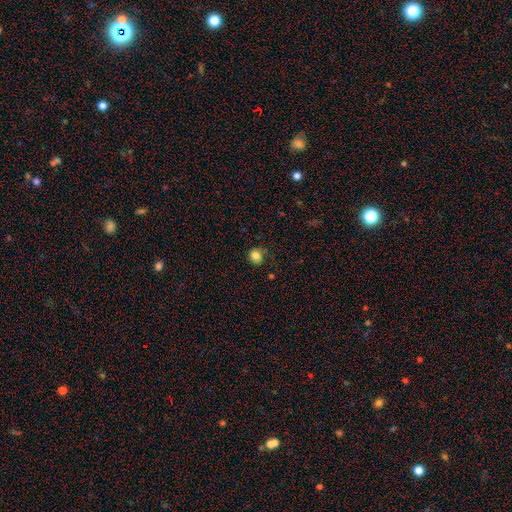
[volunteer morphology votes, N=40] Smooth or featured: smooth — 92% (featured or disk — 5%)
How rounded: round — 76% (in between — 24%)
Merging: none — 77% (minor disturbance — 15%)